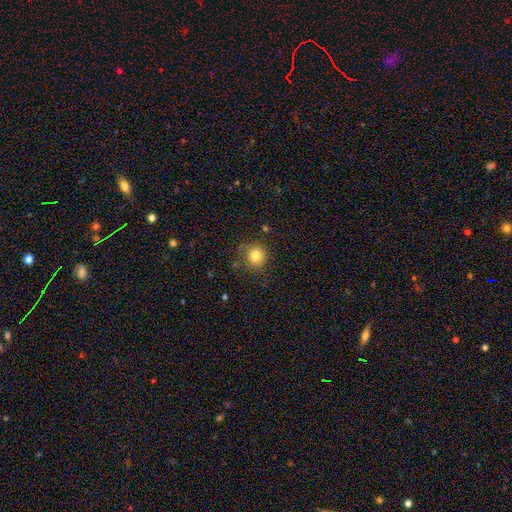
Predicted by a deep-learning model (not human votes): This appears to be a smooth galaxy with no disk features (81%) that is round (90%). Merging: none (79%).